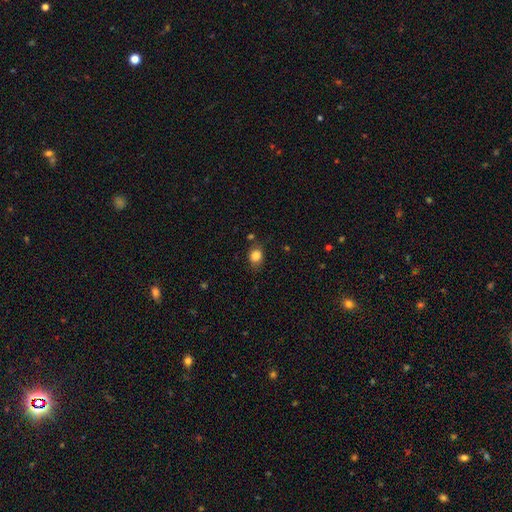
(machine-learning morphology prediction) smooth 83%, star or artifact 11%, featured or disk 6%. Down the decision tree: how rounded — in between (50%); merging — none (76%).